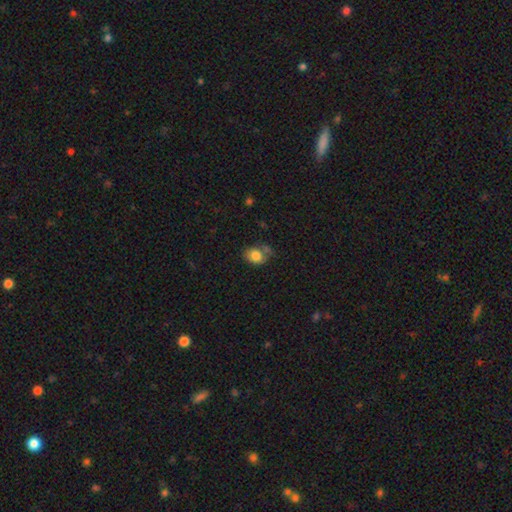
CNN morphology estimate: Overall: smooth (80%). How rounded: in between (57%; round 42%). Merging: none (52%; minor disturbance 26%).